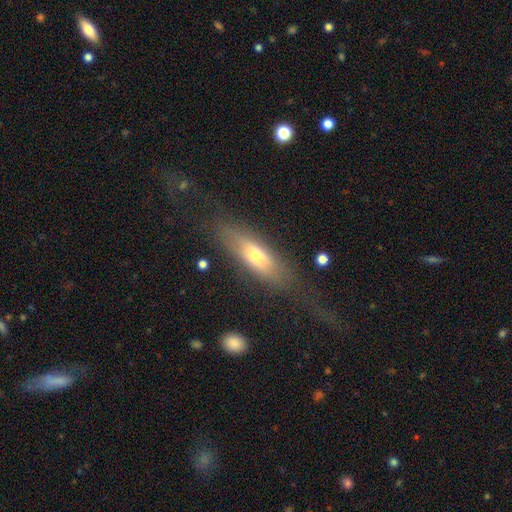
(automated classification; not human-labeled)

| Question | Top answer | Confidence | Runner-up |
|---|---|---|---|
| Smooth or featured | smooth | 55% | featured or disk (37%) |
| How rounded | cigar-shaped | 51% | in between (46%) |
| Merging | none | 58% | minor disturbance (20%) |